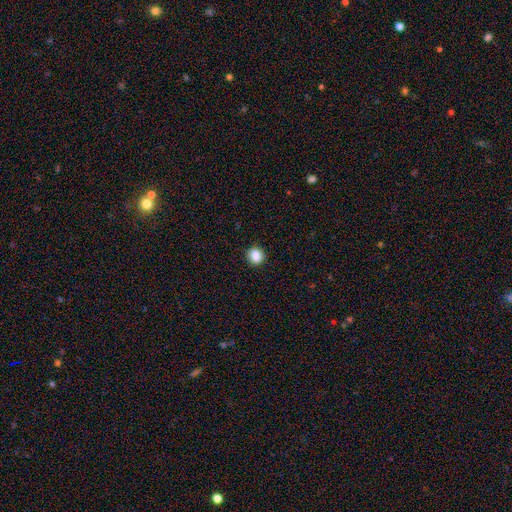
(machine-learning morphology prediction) Smooth or featured? smooth (85%)
How rounded? round (71%)
Merging? none (90%)